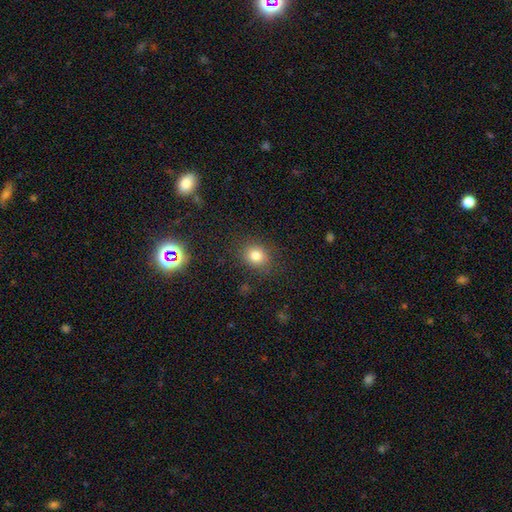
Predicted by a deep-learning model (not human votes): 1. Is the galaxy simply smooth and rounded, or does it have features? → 79% smooth, 13% star or artifact, 7% featured or disk.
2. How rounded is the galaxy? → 68% round, 31% in between, 1% cigar-shaped.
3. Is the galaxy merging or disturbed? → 84% none, 11% minor disturbance, 4% major disturbance, 2% merger.